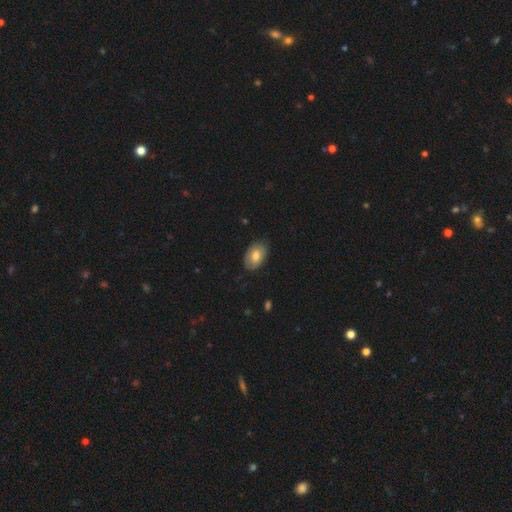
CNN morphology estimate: A smooth galaxy with no disk features (77%) that is in between round and cigar-shaped (90%).

Vote fractions:
- Smooth or featured? smooth: 77% / featured or disk: 17% / star or artifact: 6%
- How rounded? in between: 90% / round: 8% / cigar-shaped: 1%
- Merging? none: 82% / minor disturbance: 14% / major disturbance: 3% / merger: 1%